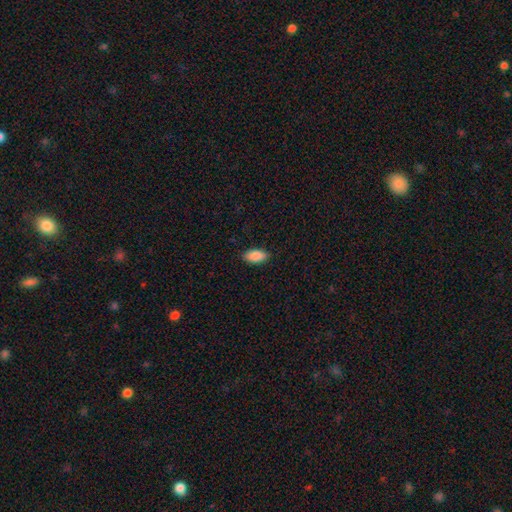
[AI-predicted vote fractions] A smooth galaxy with no disk features (89%) that is in between round and cigar-shaped (93%). Merging: none (88%).